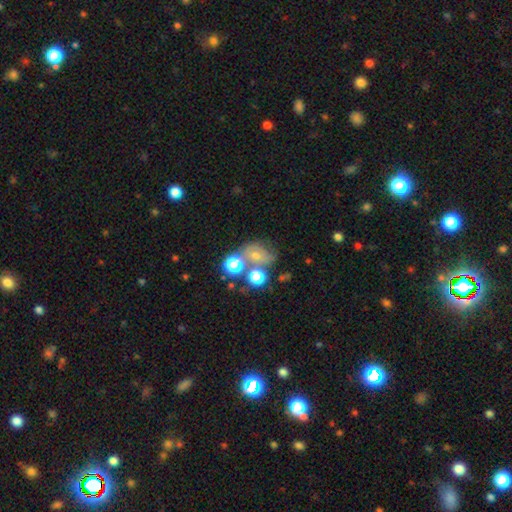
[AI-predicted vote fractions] smooth-or-featured: smooth: 40% | featured or disk: 37% | star or artifact: 23%
  merging: none: 42% | merger: 29% | minor disturbance: 17% | major disturbance: 13%